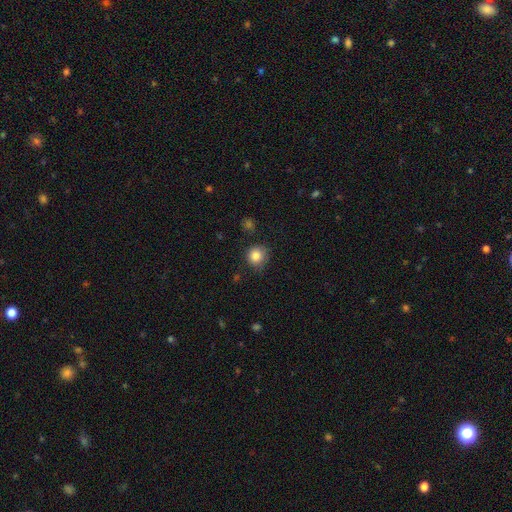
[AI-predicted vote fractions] Smooth or featured?
  - smooth: 85% *
  - star or artifact: 10%
  - featured or disk: 5%
How rounded?
  - round: 89% *
  - in between: 10%
  - cigar-shaped: 1%
Merging?
  - none: 75% *
  - minor disturbance: 19%
  - major disturbance: 4%
  - merger: 2%